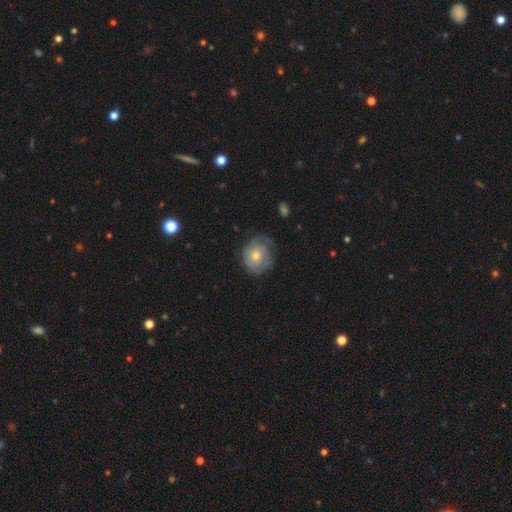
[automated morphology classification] The model was most divided on "smooth or featured": featured or disk: 55%, smooth: 39%, star or artifact: 6%. More confident: edge-on disk — no (97%); bar — no (82%); spiral arms — yes (76%); bulge size — moderate (62%); merging — none (61%).